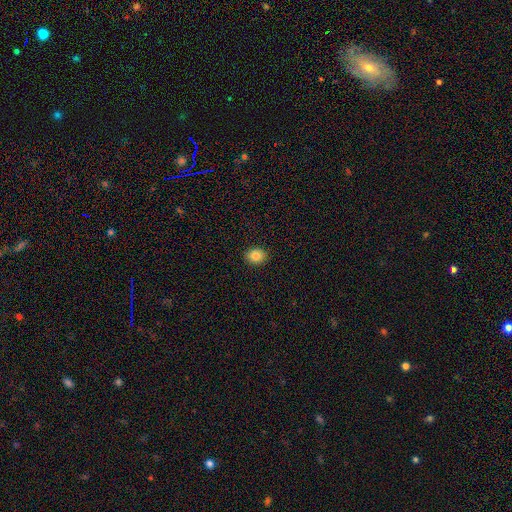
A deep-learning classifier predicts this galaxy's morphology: Smooth or featured: smooth — 85% (star or artifact — 10%)
How rounded: round — 56% (in between — 43%)
Merging: none — 91% (minor disturbance — 6%)